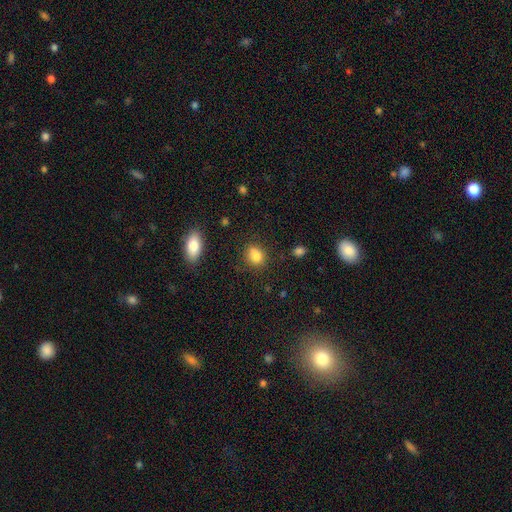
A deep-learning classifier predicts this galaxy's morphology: Overall: smooth (84%). How rounded: in between (51%; round 47%). Merging: none (76%).